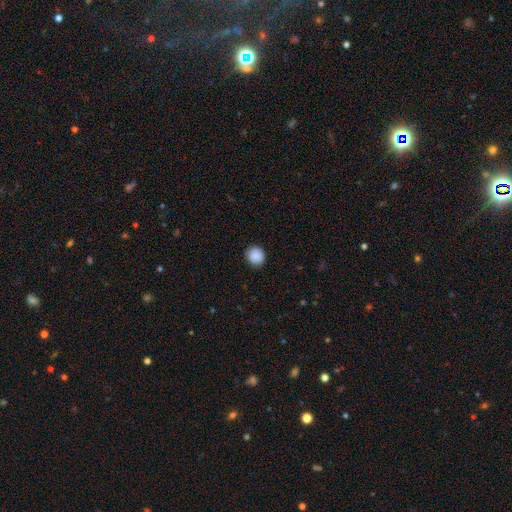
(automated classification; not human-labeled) Smooth or featured? Predicted: smooth (p=0.89). How rounded? Predicted: round (p=0.81). Merging? Predicted: none (p=0.88).